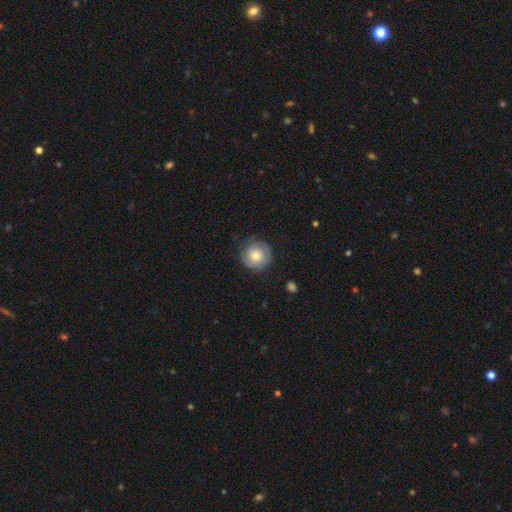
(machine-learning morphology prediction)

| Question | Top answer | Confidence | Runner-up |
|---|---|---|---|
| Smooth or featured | smooth | 57% | featured or disk (36%) |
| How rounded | round | 93% | in between (6%) |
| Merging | none | 77% | minor disturbance (16%) |